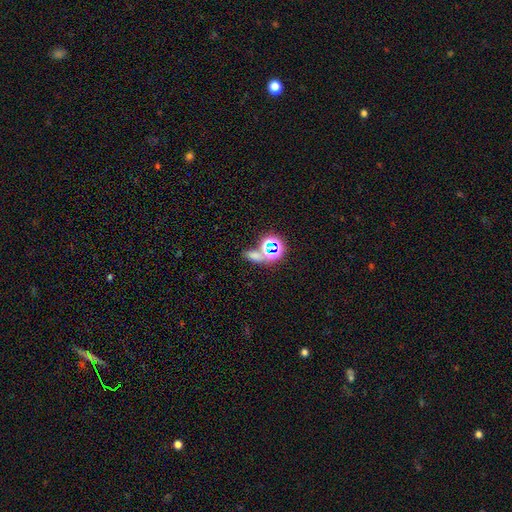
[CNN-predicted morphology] Smooth or featured?
  - smooth: 47% *
  - star or artifact: 44%
  - featured or disk: 10%
Merging?
  - none: 59% *
  - merger: 24%
  - minor disturbance: 11%
  - major disturbance: 6%